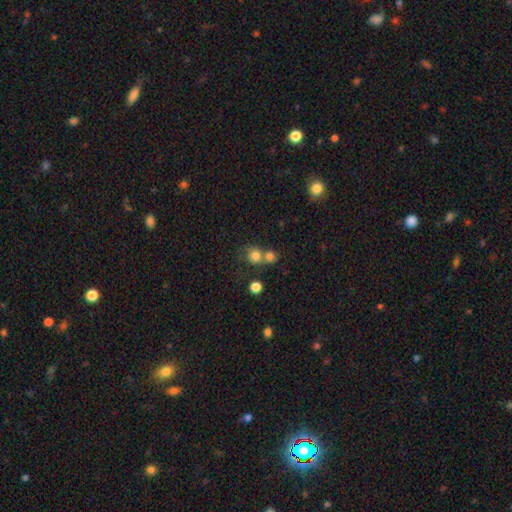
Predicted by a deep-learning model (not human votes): smooth 77%, star or artifact 12%, featured or disk 10%. Down the decision tree: how rounded — round (82%); merging — merger (48%).